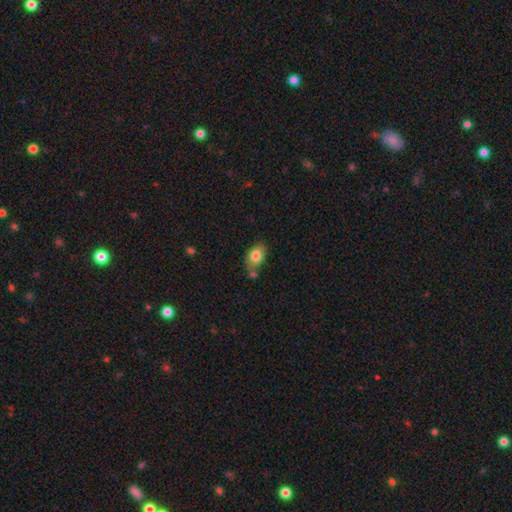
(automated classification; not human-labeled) A smooth galaxy with no disk features (81%) that is in between round and cigar-shaped (81%).

Vote fractions:
- Smooth or featured? smooth: 81% / featured or disk: 12% / star or artifact: 8%
- How rounded? in between: 81% / round: 18% / cigar-shaped: 1%
- Merging? none: 66% / minor disturbance: 18% / merger: 12% / major disturbance: 4%